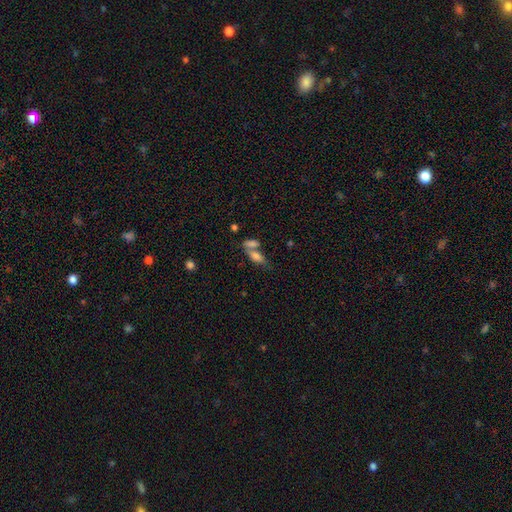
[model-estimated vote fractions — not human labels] The model was most divided on "merging": merger: 50%, none: 34%, minor disturbance: 10%, major disturbance: 6%. More confident: how rounded — in between (75%); smooth or featured — smooth (73%).